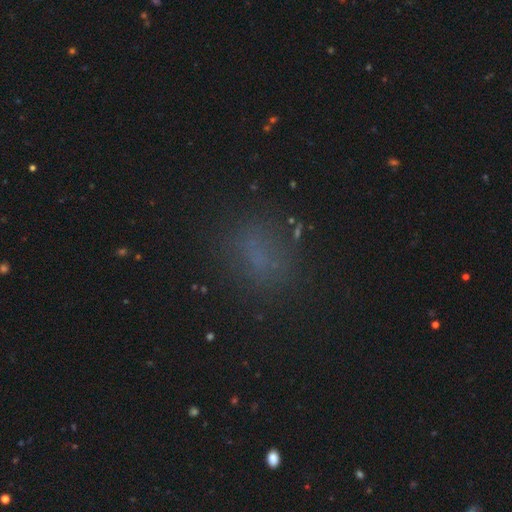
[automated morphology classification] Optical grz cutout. It shows a smooth galaxy with no disk features (63%) that is in between round and cigar-shaped (54%). Merging: none (78%).